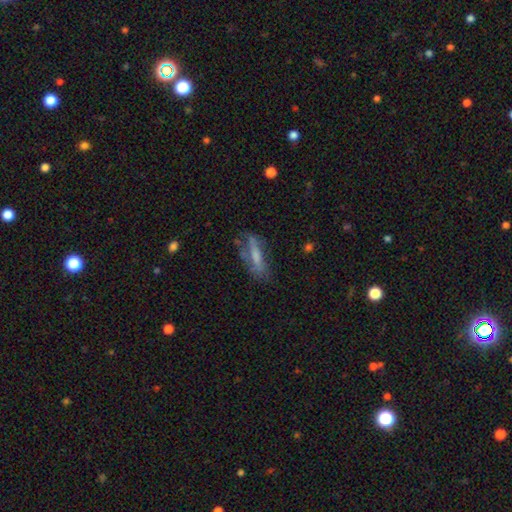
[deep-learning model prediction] This is possibly a smooth galaxy (56%). How rounded: likely cigar-shaped (62%). Merging: possibly none (51%).